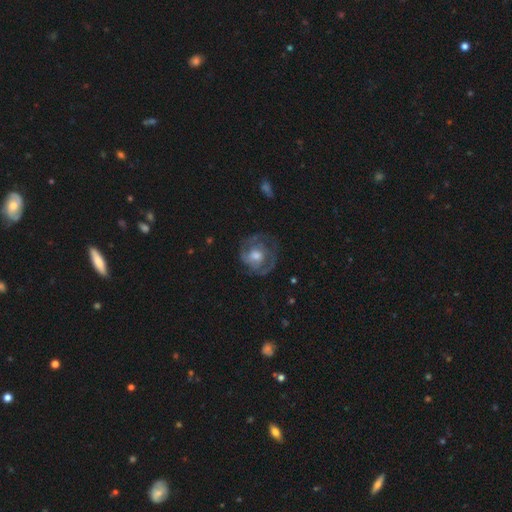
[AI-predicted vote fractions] Morphology: type=featured or disk (72%); edge-on=no (97%); bar=no (70%); spiral arms=yes (83%); winding=tight (51%); arm count=2 (32%); bulge=moderate (64%); merging=none (66%).